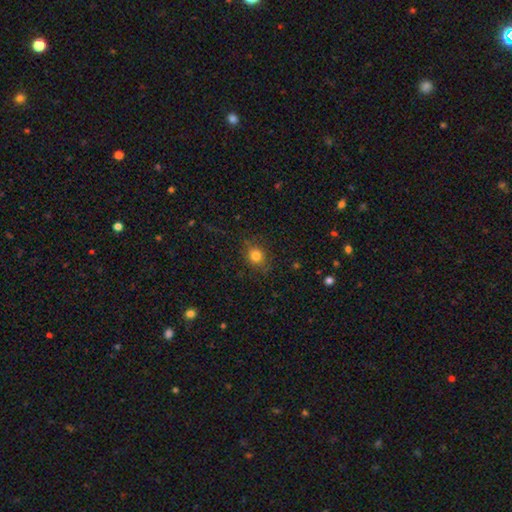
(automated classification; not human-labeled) smooth-or-featured: smooth: 81% | star or artifact: 13% | featured or disk: 6%
  how-rounded: round: 75% | in between: 24% | cigar-shaped: 1%
  merging: none: 83% | minor disturbance: 12% | major disturbance: 4% | merger: 1%